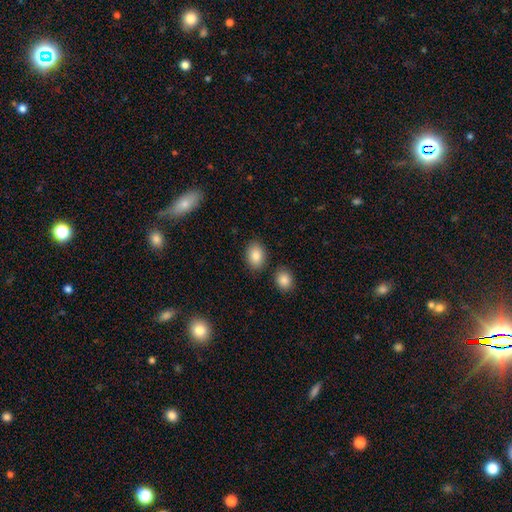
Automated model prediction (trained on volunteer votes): Smooth or featured? Predicted: smooth (p=0.86). How rounded? Predicted: in between (p=0.75). Merging? Predicted: none (p=0.82).